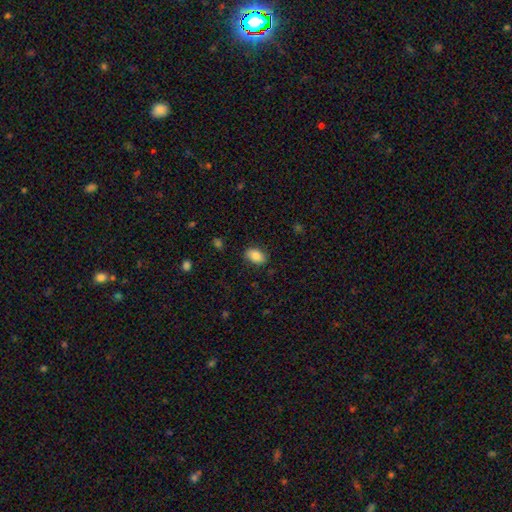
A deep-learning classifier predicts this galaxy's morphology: smooth_or_featured: smooth (p=0.86) [alt: star or artifact p=0.07]
how_rounded: in between (p=0.89) [alt: round p=0.09]
merging: none (p=0.85) [alt: minor disturbance p=0.11]